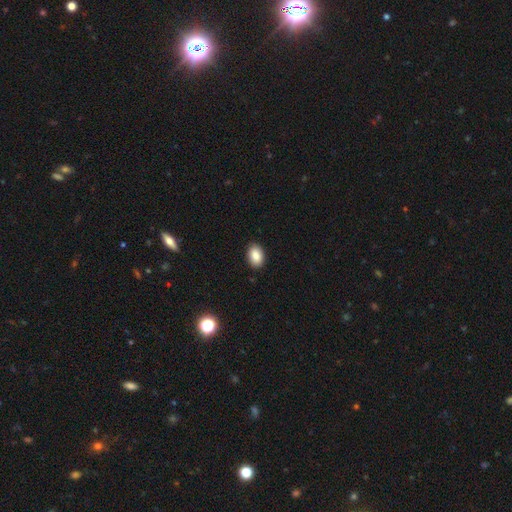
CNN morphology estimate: smooth 88%, star or artifact 8%, featured or disk 5%. Down the decision tree: how rounded — in between (86%); merging — none (90%).